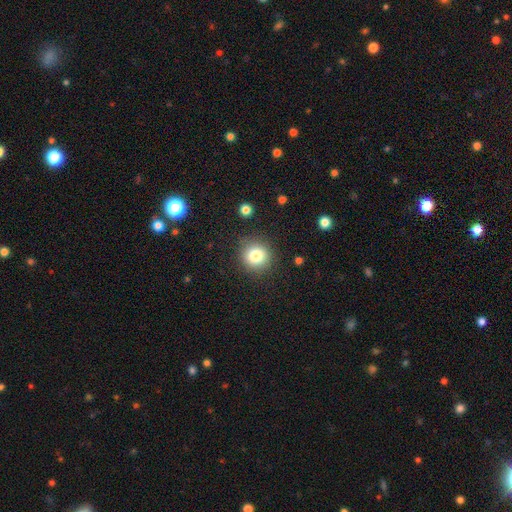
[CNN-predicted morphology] type=smooth (81%); roundness=round (92%); merging=none (87%).